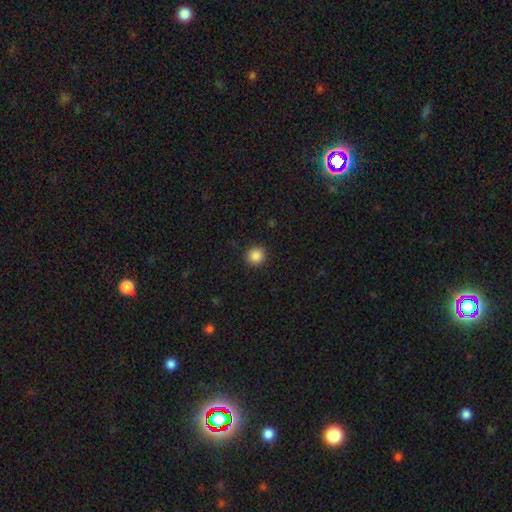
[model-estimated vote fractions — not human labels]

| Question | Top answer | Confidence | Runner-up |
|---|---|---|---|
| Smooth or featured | smooth | 87% | star or artifact (10%) |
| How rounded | round | 91% | in between (8%) |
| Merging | none | 92% | minor disturbance (5%) |